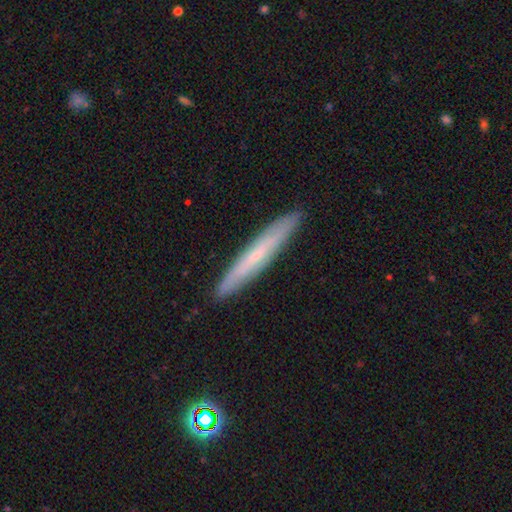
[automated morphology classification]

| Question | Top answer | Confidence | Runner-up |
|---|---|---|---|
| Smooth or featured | featured or disk | 50% | smooth (43%) |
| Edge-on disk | yes | 88% | no (12%) |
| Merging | none | 90% | minor disturbance (7%) |